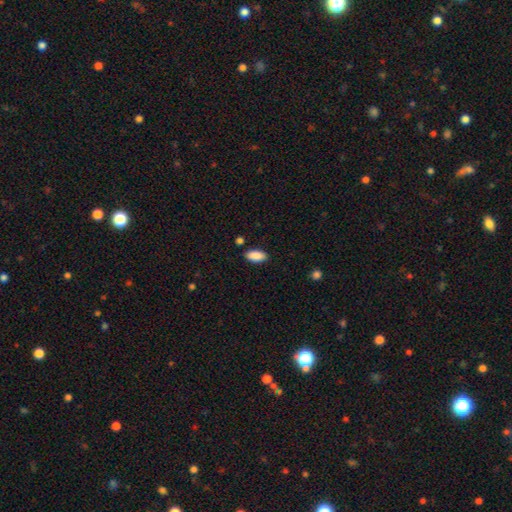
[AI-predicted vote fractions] smooth 90%, star or artifact 7%, featured or disk 4%. Down the decision tree: how rounded — in between (91%); merging — none (87%).